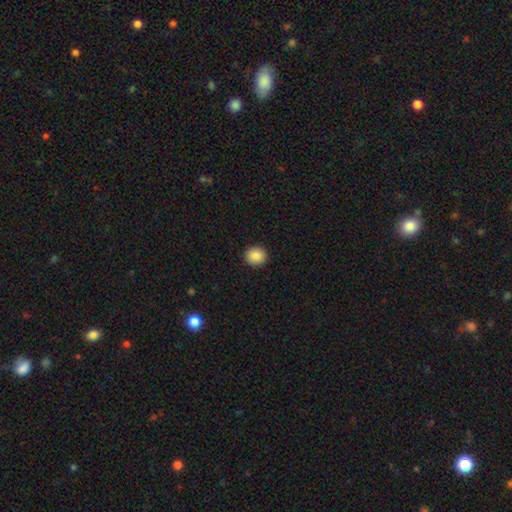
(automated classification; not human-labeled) This appears to be a smooth galaxy with no disk features (87%) that is round (86%). Merging: none (93%).